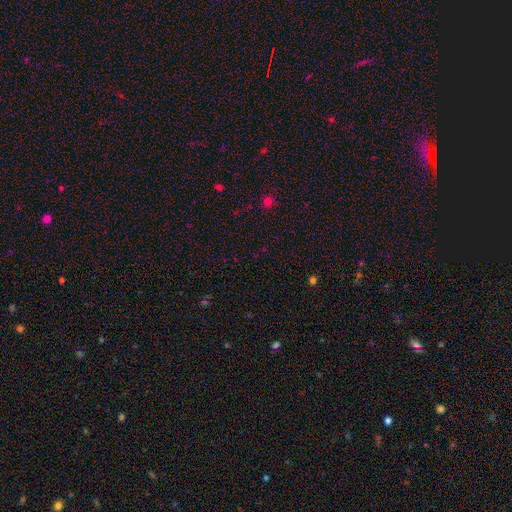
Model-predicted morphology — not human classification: Overall: star or artifact (65%; smooth 28%).